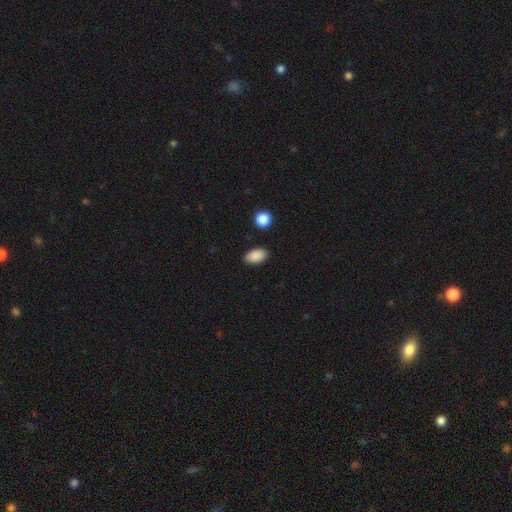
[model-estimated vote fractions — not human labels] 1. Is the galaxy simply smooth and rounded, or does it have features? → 88% smooth, 8% star or artifact, 4% featured or disk.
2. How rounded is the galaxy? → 91% in between, 7% round, 2% cigar-shaped.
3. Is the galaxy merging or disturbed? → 85% none, 10% minor disturbance, 2% major disturbance, 2% merger.